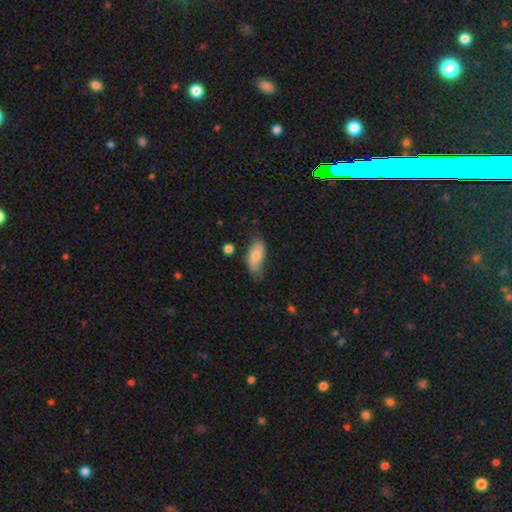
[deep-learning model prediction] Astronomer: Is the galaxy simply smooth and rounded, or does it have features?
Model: smooth — 64%.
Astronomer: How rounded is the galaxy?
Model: in between — 86%.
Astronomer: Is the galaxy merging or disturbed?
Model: none — 54% (runner-up: minor disturbance, 34%).